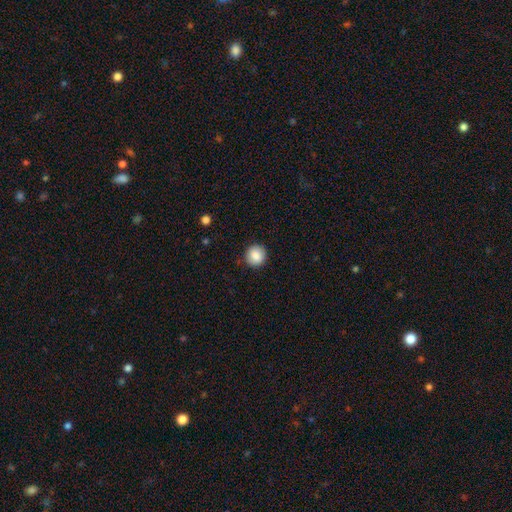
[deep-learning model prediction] This is clearly a smooth galaxy (87%). How rounded: clearly round (92%). Merging: clearly none (90%).